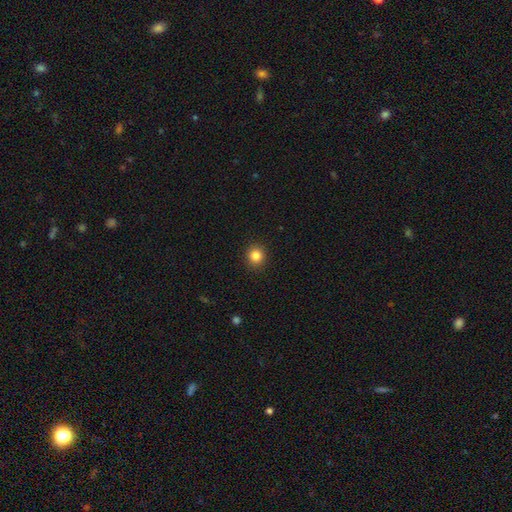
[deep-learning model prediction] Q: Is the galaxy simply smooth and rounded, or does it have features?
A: smooth — 84%.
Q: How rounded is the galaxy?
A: round — 89%.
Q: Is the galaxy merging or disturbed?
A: none — 92%.